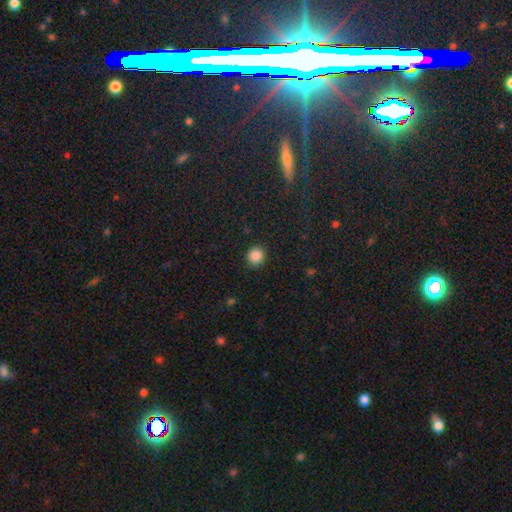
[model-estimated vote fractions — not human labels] This is clearly a smooth galaxy (87%). How rounded: clearly round (90%). Merging: clearly none (90%).